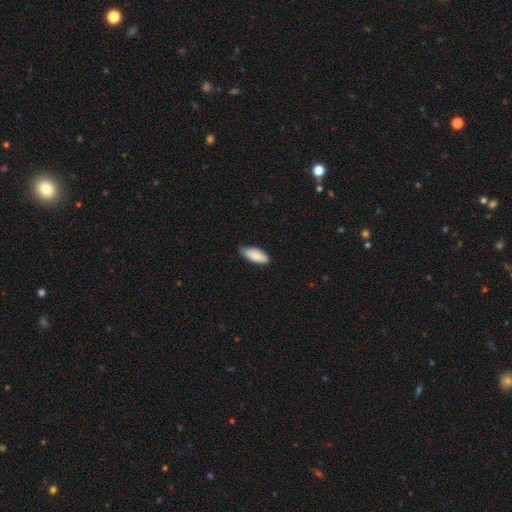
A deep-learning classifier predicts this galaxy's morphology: Smooth or featured? smooth (86%)
How rounded? in between (79%)
Merging? none (73%)